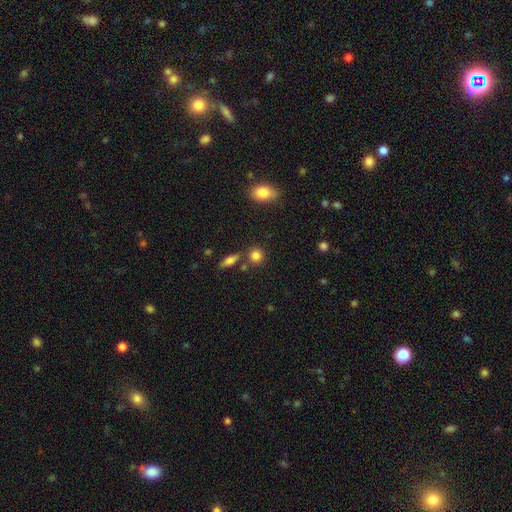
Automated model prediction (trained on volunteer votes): Smooth or featured: smooth — 84% (star or artifact — 10%)
How rounded: round — 82% (in between — 15%)
Merging: none — 74% (merger — 13%)